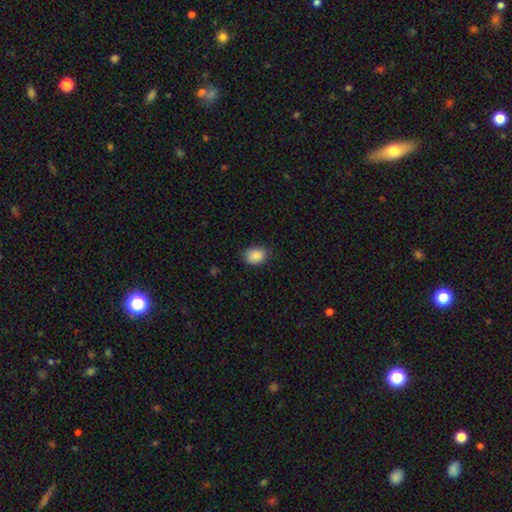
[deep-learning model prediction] Overall: smooth (89%). How rounded: in between (60%; round 39%). Merging: none (78%).